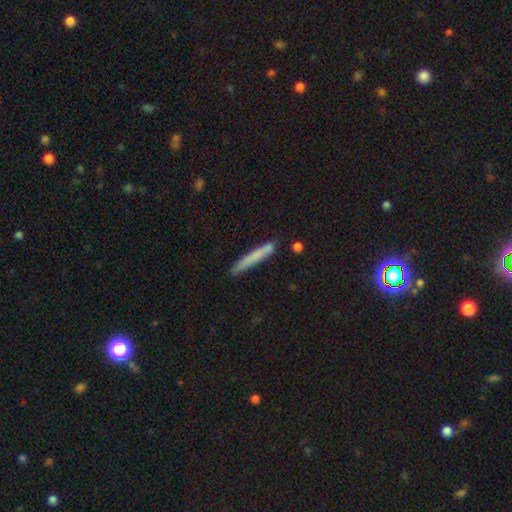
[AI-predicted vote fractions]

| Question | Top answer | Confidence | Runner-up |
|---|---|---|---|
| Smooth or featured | smooth | 72% | featured or disk (21%) |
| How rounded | cigar-shaped | 96% | in between (3%) |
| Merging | none | 81% | minor disturbance (12%) |